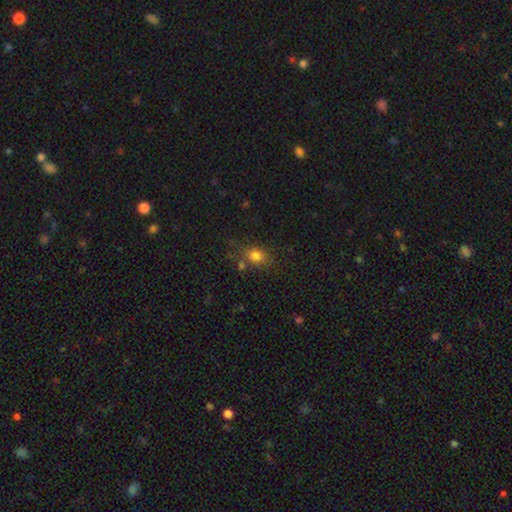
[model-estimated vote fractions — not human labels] smooth-or-featured: smooth: 78% | star or artifact: 14% | featured or disk: 8%
  how-rounded: in between: 54% | round: 44% | cigar-shaped: 2%
  merging: none: 64% | minor disturbance: 17% | merger: 13% | major disturbance: 6%